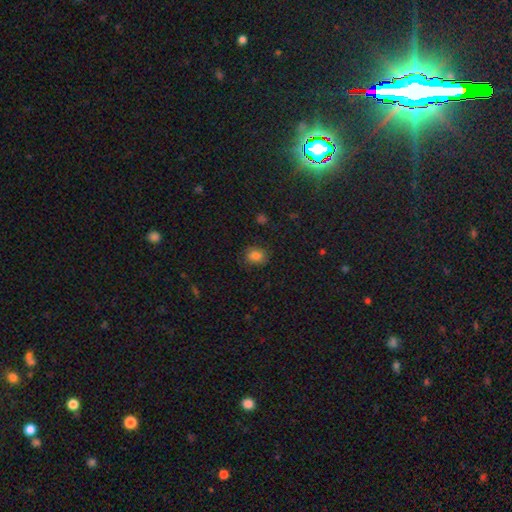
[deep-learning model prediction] Smooth or featured? smooth (82%)
How rounded? round (53%)
Merging? none (81%)